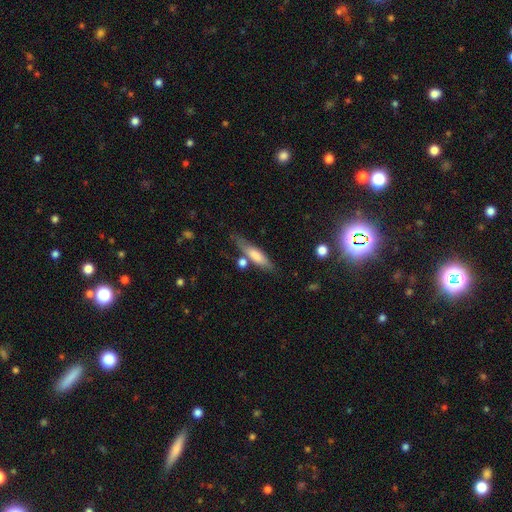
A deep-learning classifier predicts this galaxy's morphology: smooth-or-featured: smooth: 69% | featured or disk: 25% | star or artifact: 7%
  how-rounded: cigar-shaped: 70% | in between: 28% | round: 2%
  merging: none: 63% | minor disturbance: 19% | merger: 12% | major disturbance: 6%